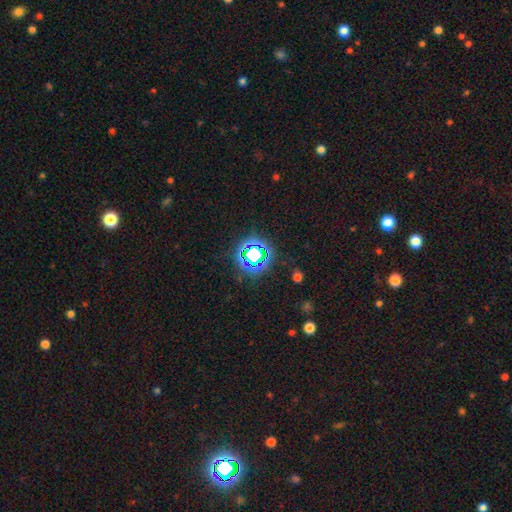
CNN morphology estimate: Q: Smooth or featured?
A: star or artifact (77%); runner-up: smooth (16%)